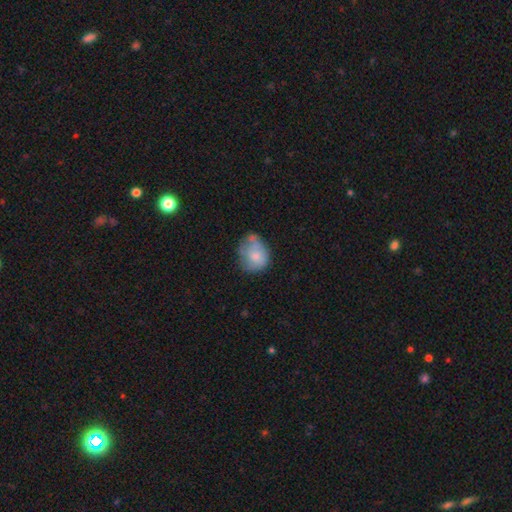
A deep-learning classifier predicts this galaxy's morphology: A smooth galaxy with no disk features (67%) that is round (61%).

Vote fractions:
- Smooth or featured? smooth: 67% / featured or disk: 25% / star or artifact: 8%
- How rounded? round: 61% / in between: 39% / cigar-shaped: 1%
- Merging? none: 43% / minor disturbance: 33% / major disturbance: 16% / merger: 8%